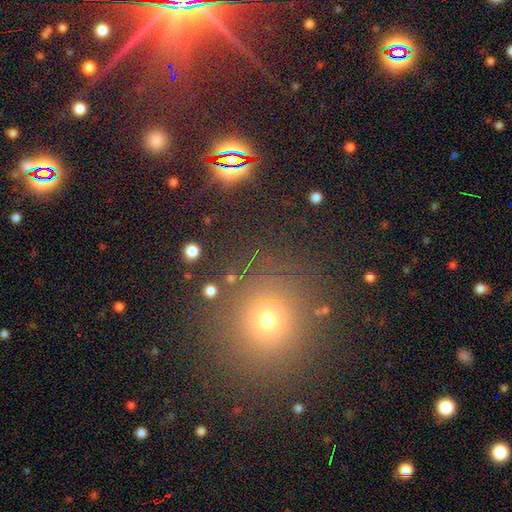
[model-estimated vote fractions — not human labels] This is possibly a smooth galaxy (45%). Merging: clearly none (88%).